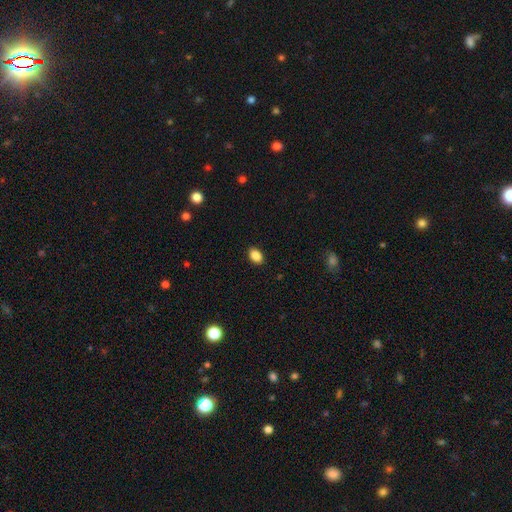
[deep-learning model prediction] A smooth galaxy with no disk features (87%) that is in between round and cigar-shaped (86%). Merging: none (90%).